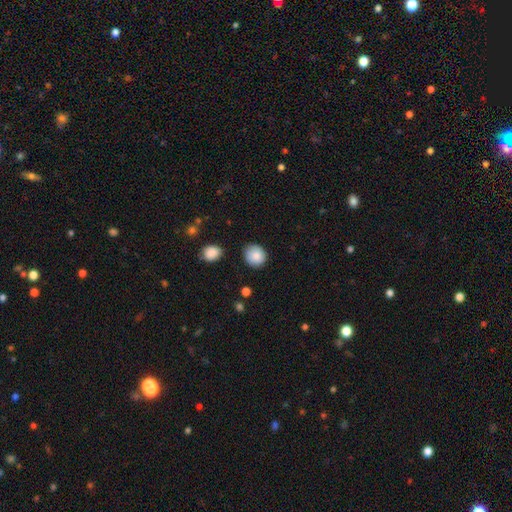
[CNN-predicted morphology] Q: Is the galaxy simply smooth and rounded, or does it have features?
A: smooth — 86%.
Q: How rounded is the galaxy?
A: round — 84%.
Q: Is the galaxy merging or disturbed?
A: none — 82%.